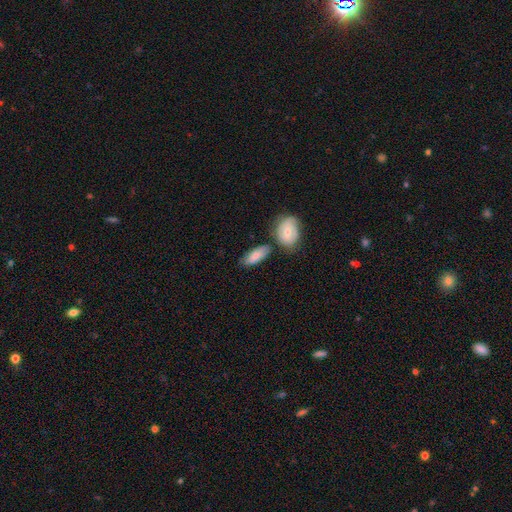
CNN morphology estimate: The model was most divided on "merging": none: 60%, minor disturbance: 19%, merger: 16%, major disturbance: 5%. More confident: how rounded — in between (83%); smooth or featured — smooth (76%).